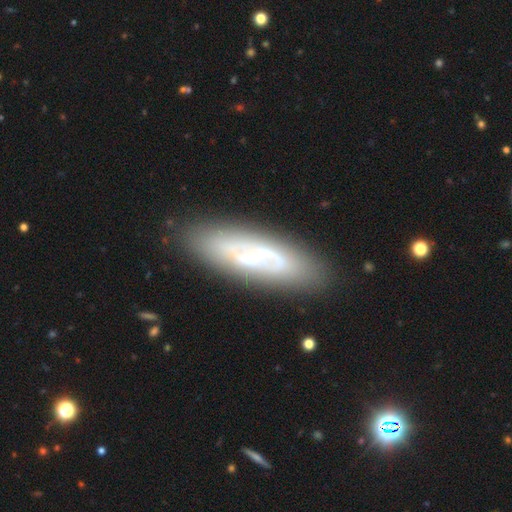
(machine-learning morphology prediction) type=featured or disk (66%); edge-on=no (79%); bar=no (49%); spiral arms=yes (69%); bulge=small (55%); merging=none (80%).